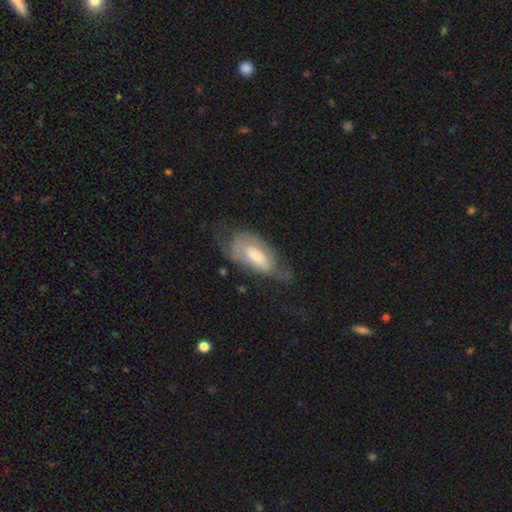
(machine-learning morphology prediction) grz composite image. It shows a featured or disk galaxy (47%). Merging: none (39%).